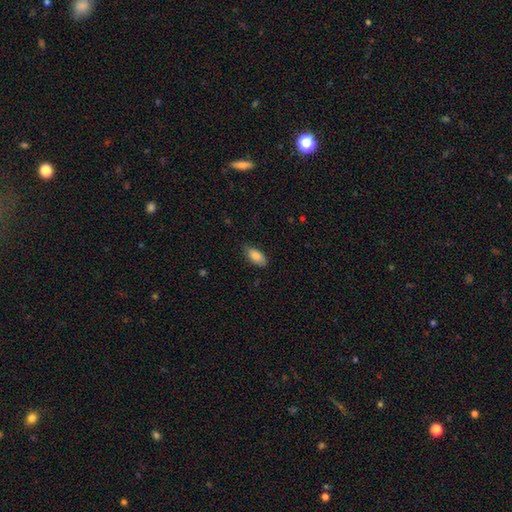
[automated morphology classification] type=smooth (84%); roundness=in between (90%); merging=none (79%).